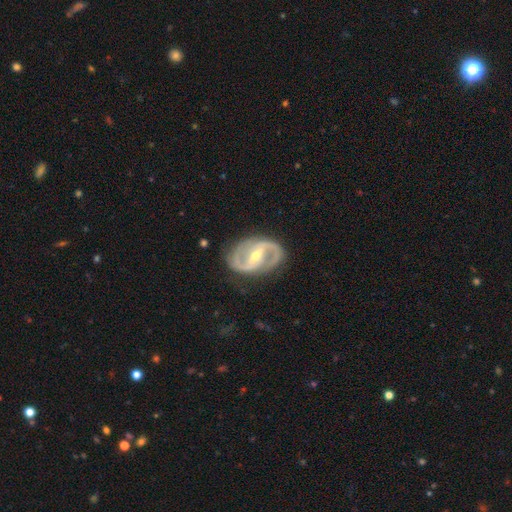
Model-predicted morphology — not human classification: Q: Smooth or featured?
A: featured or disk (91%); runner-up: smooth (5%)
Q: Edge-on disk?
A: no (97%); runner-up: yes (3%)
Q: Bar?
A: strong (59%); runner-up: weak (29%)
Q: Spiral arms?
A: yes (95%); runner-up: no (5%)
Q: Spiral winding?
A: medium (54%); runner-up: tight (24%)
Q: Spiral arm count?
A: 2 (93%); runner-up: can't tell (3%)
Q: Bulge size?
A: moderate (49%); runner-up: small (48%)
Q: Merging?
A: none (83%); runner-up: minor disturbance (12%)